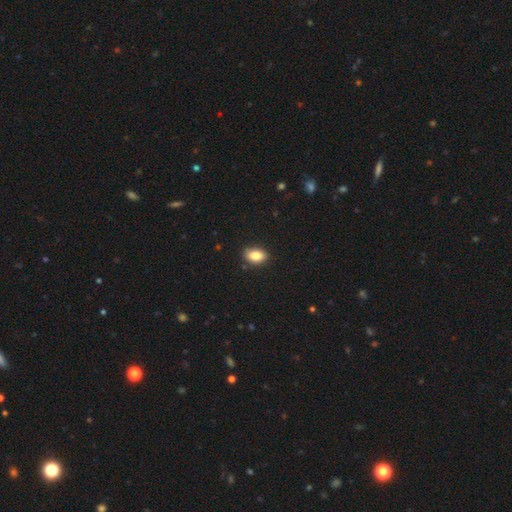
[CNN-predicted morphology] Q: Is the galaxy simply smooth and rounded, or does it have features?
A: smooth — 85%.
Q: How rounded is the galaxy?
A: in between — 87%.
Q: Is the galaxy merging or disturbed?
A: none — 86%.